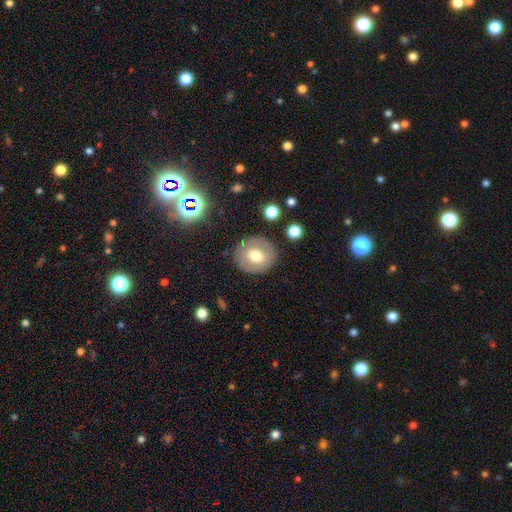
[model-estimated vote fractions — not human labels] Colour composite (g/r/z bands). It shows a smooth galaxy with no disk features (61%) that is round (79%). Merging: none (84%).